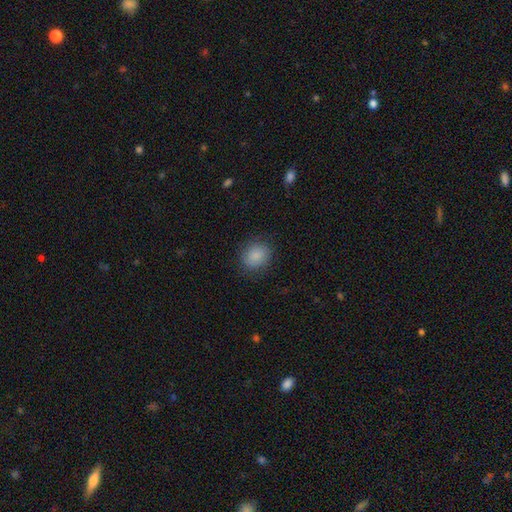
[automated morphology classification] Smooth or featured? smooth (87%)
How rounded? round (69%)
Merging? none (84%)